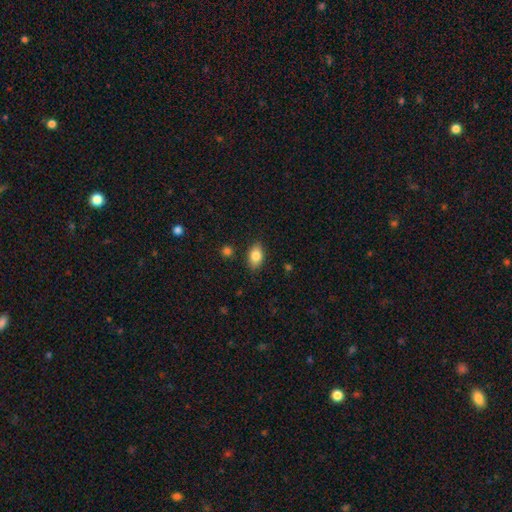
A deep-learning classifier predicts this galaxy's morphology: The model was most divided on "merging": none: 84%, minor disturbance: 11%, major disturbance: 3%, merger: 2%. More confident: how rounded — in between (87%); smooth or featured — smooth (84%).